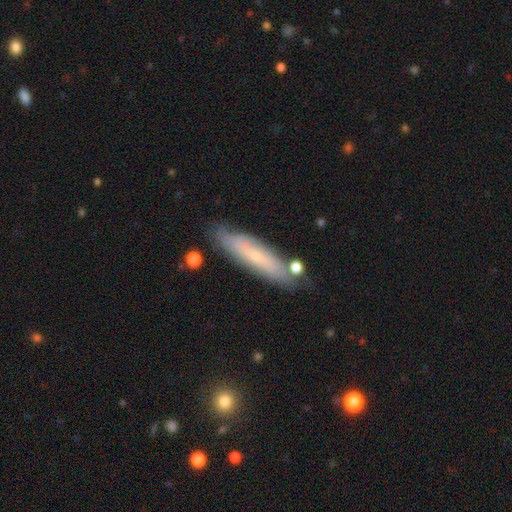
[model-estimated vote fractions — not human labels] Smooth or featured? smooth (49%)
Merging? none (78%)